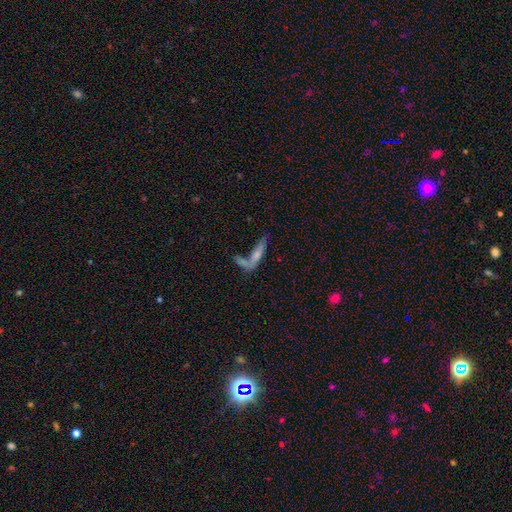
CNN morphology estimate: The model was most divided on "merging": merger: 42%, none: 35%, minor disturbance: 12%, major disturbance: 11%. More confident: how rounded — cigar-shaped (74%); smooth or featured — smooth (53%).